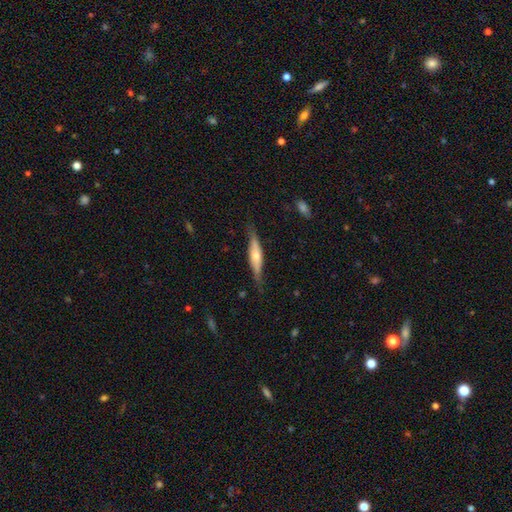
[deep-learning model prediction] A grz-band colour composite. It shows a featured or disk galaxy (53%) viewed edge-on (88%). Merging: none (76%).